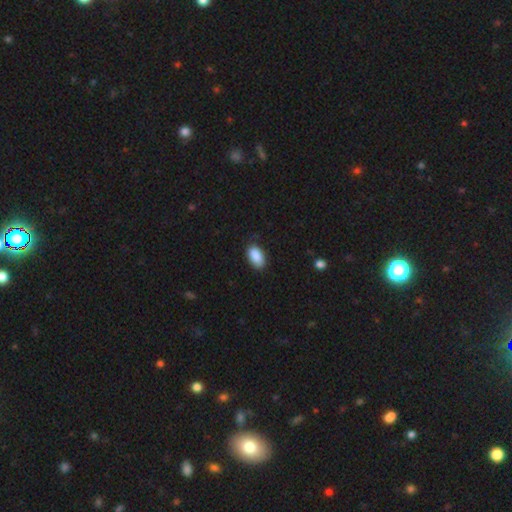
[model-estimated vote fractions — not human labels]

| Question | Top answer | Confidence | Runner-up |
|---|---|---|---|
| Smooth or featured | smooth | 89% | star or artifact (7%) |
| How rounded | in between | 94% | round (5%) |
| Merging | none | 83% | minor disturbance (13%) |